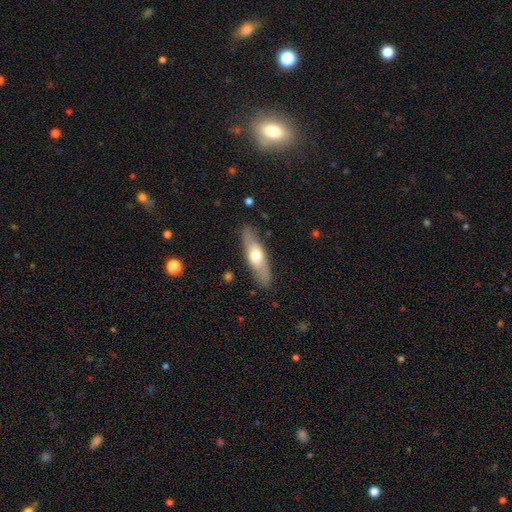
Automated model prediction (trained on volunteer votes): smooth 50%, featured or disk 45%, star or artifact 5%. Down the decision tree: merging — none (84%).